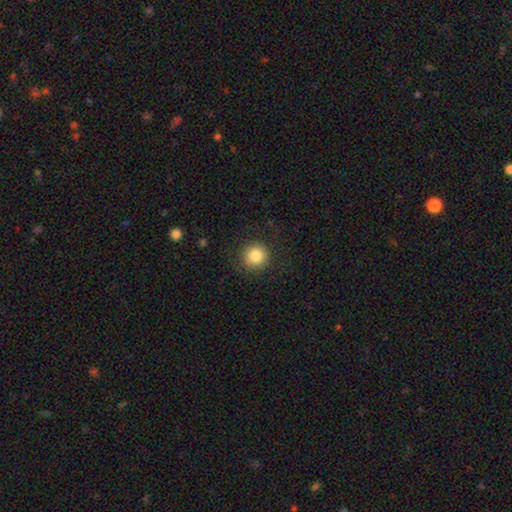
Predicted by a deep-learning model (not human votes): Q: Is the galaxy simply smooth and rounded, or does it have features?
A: smooth — 84%.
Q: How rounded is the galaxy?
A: round — 94%.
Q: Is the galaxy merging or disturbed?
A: none — 88%.